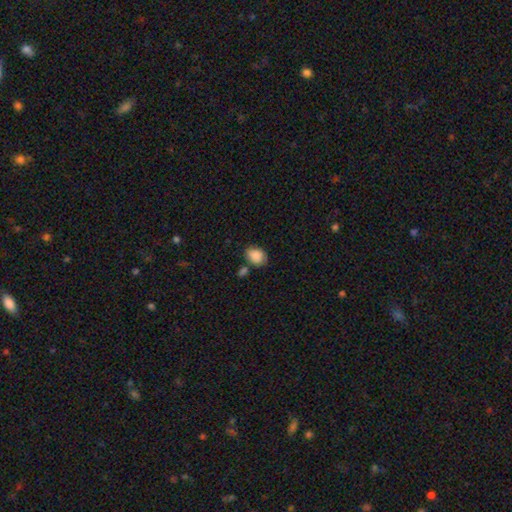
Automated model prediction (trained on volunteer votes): The model was most divided on "how rounded": in between: 67%, round: 32%, cigar-shaped: 1%. More confident: smooth or featured — smooth (88%); merging — none (66%).